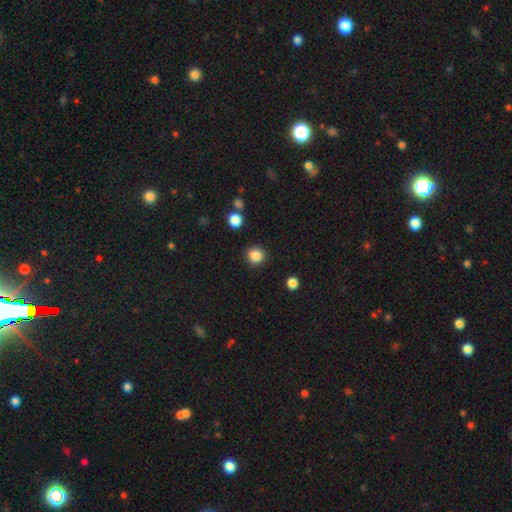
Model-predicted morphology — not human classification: Smooth or featured: smooth — 86% (star or artifact — 11%)
How rounded: round — 91% (in between — 8%)
Merging: none — 89% (minor disturbance — 7%)